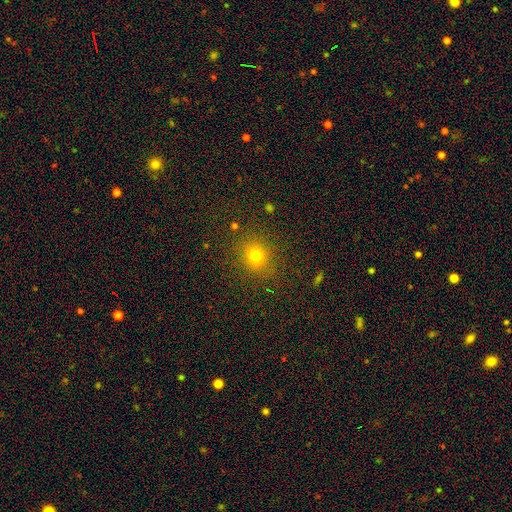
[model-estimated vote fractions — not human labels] Smooth or featured: smooth — 73% (star or artifact — 19%)
How rounded: round — 82% (in between — 17%)
Merging: none — 86% (minor disturbance — 9%)